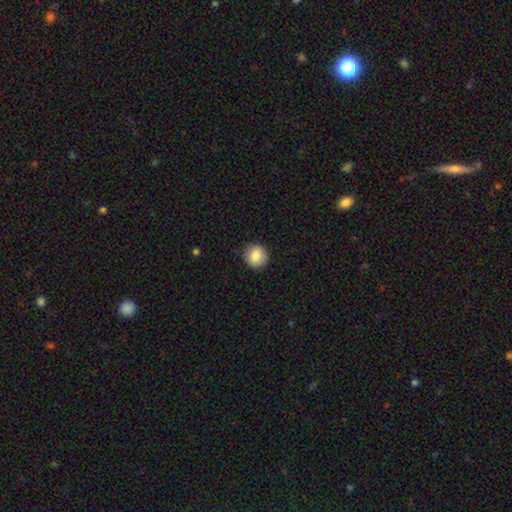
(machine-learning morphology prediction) smooth-or-featured: smooth: 86% | star or artifact: 8% | featured or disk: 6%
  how-rounded: round: 89% | in between: 10% | cigar-shaped: 1%
  merging: none: 89% | minor disturbance: 8% | major disturbance: 2% | merger: 1%